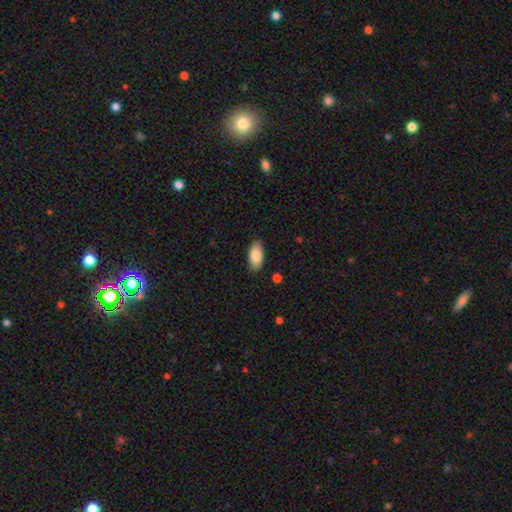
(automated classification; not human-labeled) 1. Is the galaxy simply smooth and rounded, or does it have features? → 86% smooth, 8% featured or disk, 6% star or artifact.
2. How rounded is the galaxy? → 93% in between, 5% cigar-shaped, 2% round.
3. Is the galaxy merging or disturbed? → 85% none, 11% minor disturbance, 2% major disturbance, 1% merger.